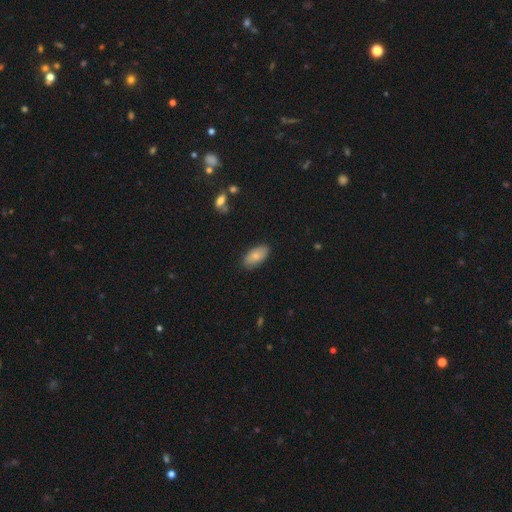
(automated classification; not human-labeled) Morphology: type=smooth (77%); roundness=in between (93%); merging=none (83%).